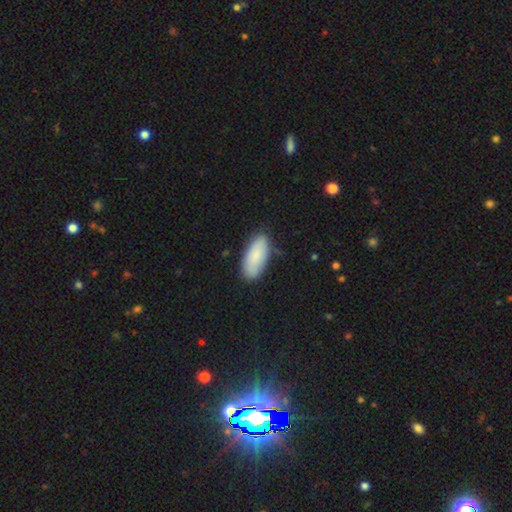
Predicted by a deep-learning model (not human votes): Morphology: type=smooth (84%); roundness=in between (88%); merging=none (79%).